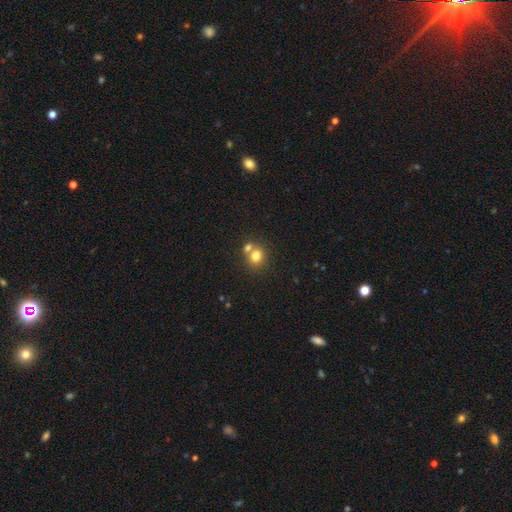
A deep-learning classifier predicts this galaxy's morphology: This appears to be a smooth galaxy with no disk features (78%) that is round (73%). Merging: none (46%).